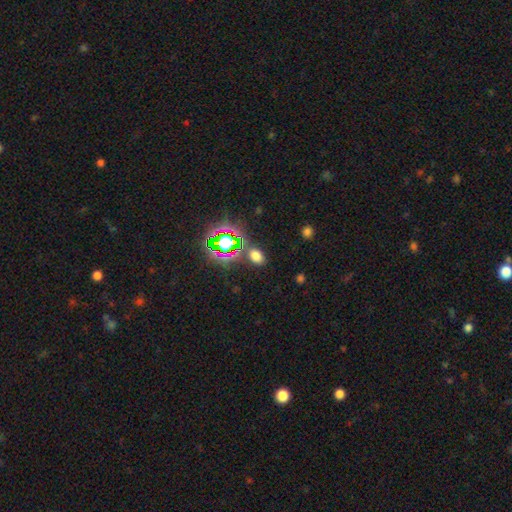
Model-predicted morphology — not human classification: The model was most divided on "smooth or featured": smooth: 65%, star or artifact: 28%, featured or disk: 7%. More confident: merging — none (80%); how rounded — in between (78%).